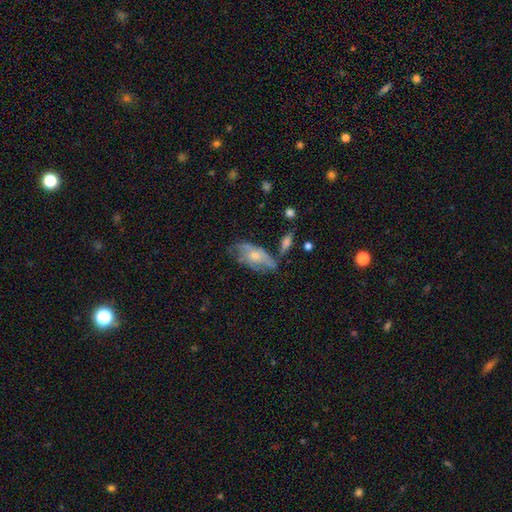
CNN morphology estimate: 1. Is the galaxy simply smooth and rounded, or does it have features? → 52% featured or disk, 41% smooth, 7% star or artifact.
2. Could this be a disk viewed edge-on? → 82% no, 18% yes.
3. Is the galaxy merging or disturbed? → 44% none, 29% minor disturbance, 18% major disturbance, 9% merger.